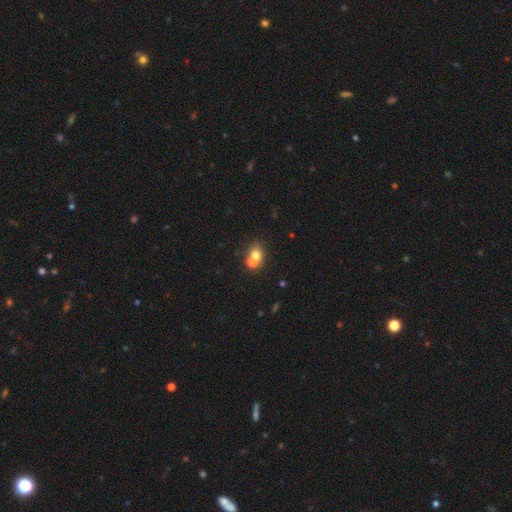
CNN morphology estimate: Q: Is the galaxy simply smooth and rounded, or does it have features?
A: smooth — 68%.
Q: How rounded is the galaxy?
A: round — 67%.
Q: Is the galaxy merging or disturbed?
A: merger — 57%.